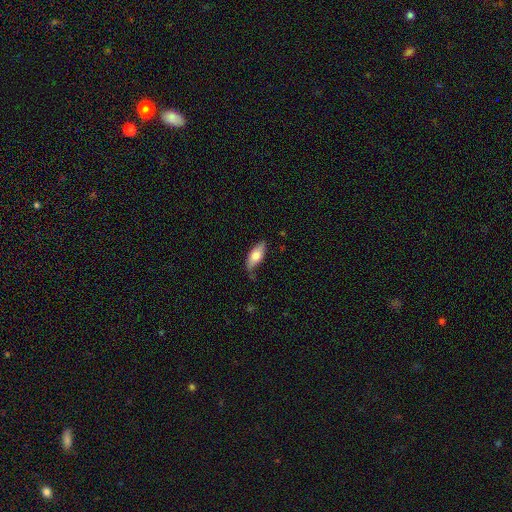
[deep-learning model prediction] Smooth or featured: smooth — 70% (featured or disk — 24%)
How rounded: in between — 79% (cigar-shaped — 18%)
Merging: none — 61% (minor disturbance — 29%)